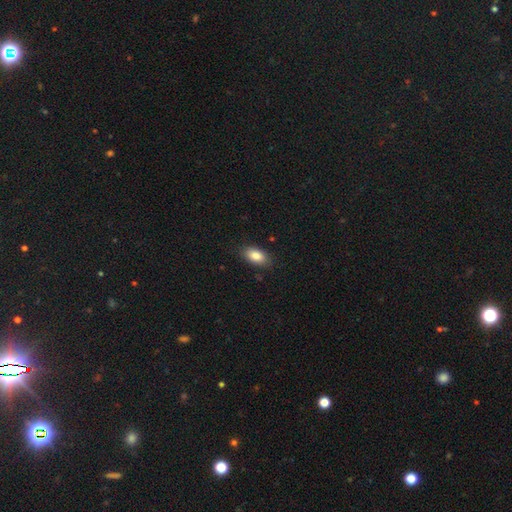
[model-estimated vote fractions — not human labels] Smooth or featured: smooth — 86% (star or artifact — 7%)
How rounded: in between — 92% (round — 5%)
Merging: none — 85% (minor disturbance — 12%)